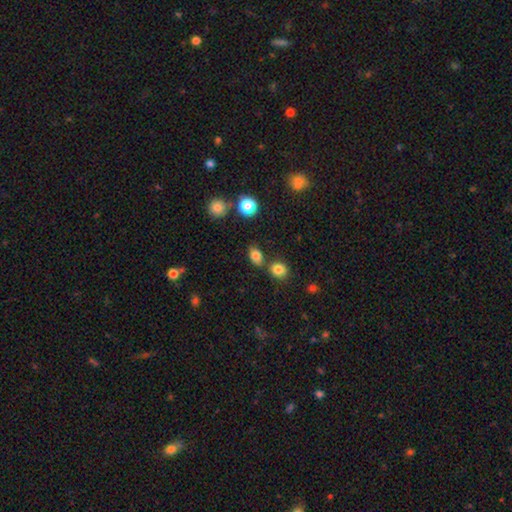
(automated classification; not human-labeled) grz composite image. It shows a smooth galaxy with no disk features (80%) that is in between round and cigar-shaped (74%). Merging: none (71%).